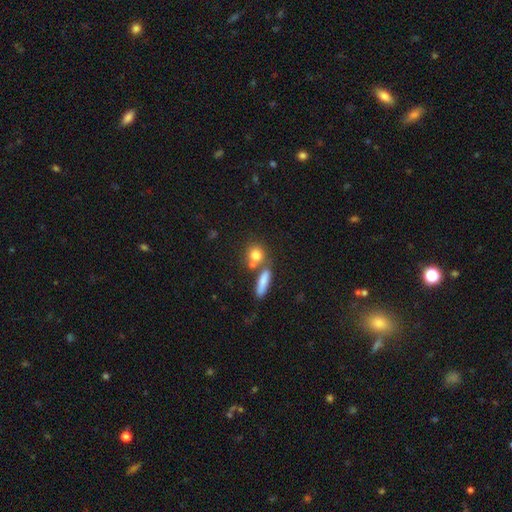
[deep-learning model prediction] A smooth galaxy with no disk features (80%) that is round (70%).

Vote fractions:
- Smooth or featured? smooth: 80% / featured or disk: 10% / star or artifact: 10%
- How rounded? round: 70% / in between: 22% / cigar-shaped: 8%
- Merging? none: 60% / merger: 26% / minor disturbance: 10% / major disturbance: 4%